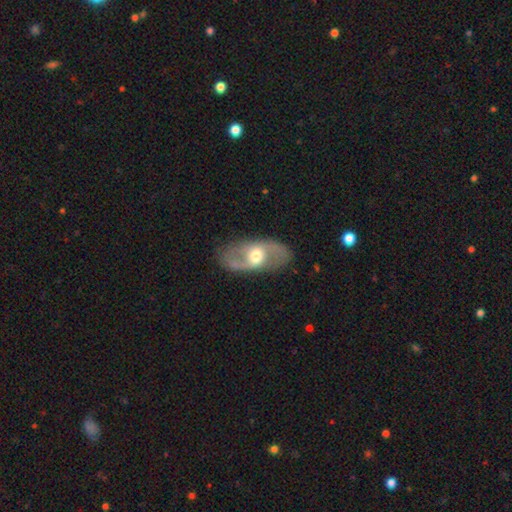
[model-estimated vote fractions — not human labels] Q: Smooth or featured?
A: featured or disk (71%); runner-up: smooth (23%)
Q: Edge-on disk?
A: no (90%); runner-up: yes (10%)
Q: Bar?
A: no (44%); runner-up: weak (37%)
Q: Spiral arms?
A: yes (68%); runner-up: no (32%)
Q: Bulge size?
A: moderate (69%); runner-up: large (16%)
Q: Merging?
A: none (82%); runner-up: minor disturbance (12%)